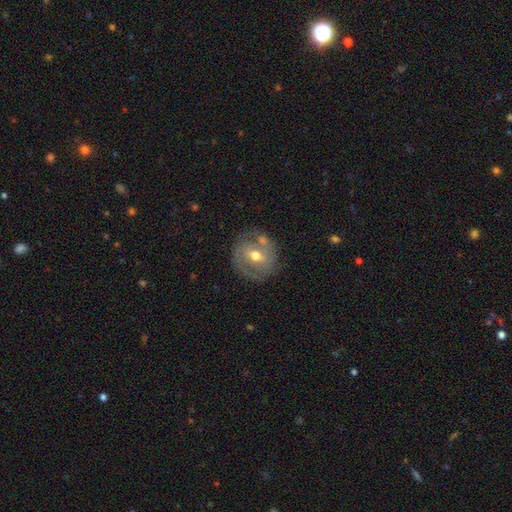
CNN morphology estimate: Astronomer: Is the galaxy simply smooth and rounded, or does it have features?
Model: featured or disk — 69%.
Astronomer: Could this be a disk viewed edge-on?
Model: no — 96%.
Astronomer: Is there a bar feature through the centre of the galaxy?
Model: weak — 48% (runner-up: no, 30%).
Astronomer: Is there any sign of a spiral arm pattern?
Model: yes — 71%.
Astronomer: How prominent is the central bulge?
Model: moderate — 74%.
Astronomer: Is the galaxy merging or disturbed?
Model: none — 70%.